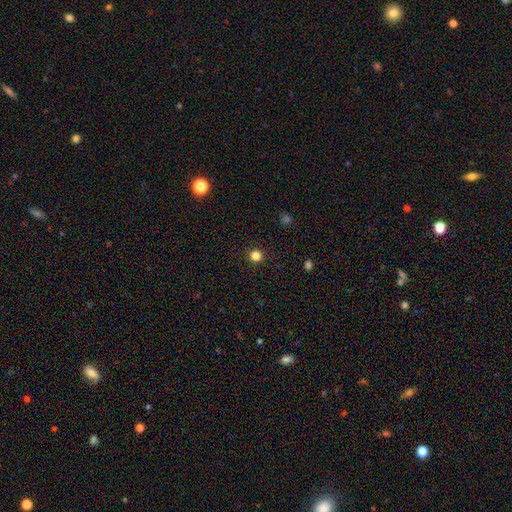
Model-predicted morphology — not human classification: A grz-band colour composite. It shows a smooth galaxy with no disk features (82%) that is round (95%). Merging: none (93%).